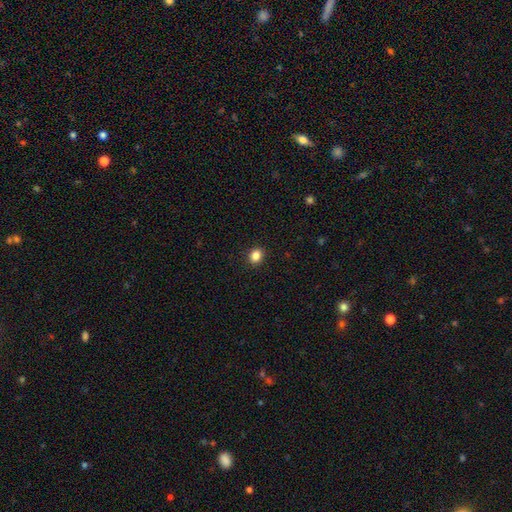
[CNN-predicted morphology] This appears to be a smooth galaxy with no disk features (85%) that is round (61%). Merging: none (91%).